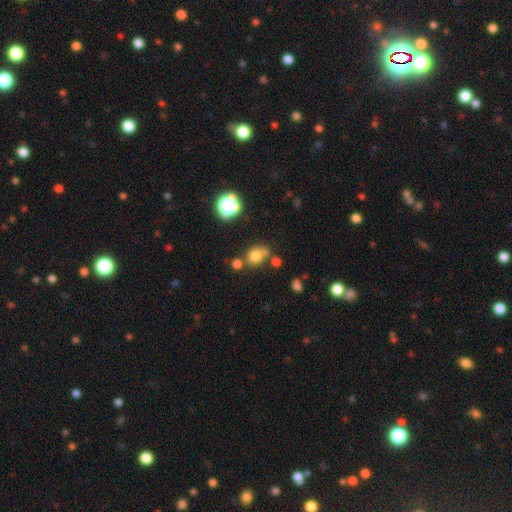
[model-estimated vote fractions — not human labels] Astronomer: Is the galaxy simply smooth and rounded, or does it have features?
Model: smooth — 73%.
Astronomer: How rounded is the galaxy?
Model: round — 65%.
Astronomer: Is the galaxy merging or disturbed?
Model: none — 53%.